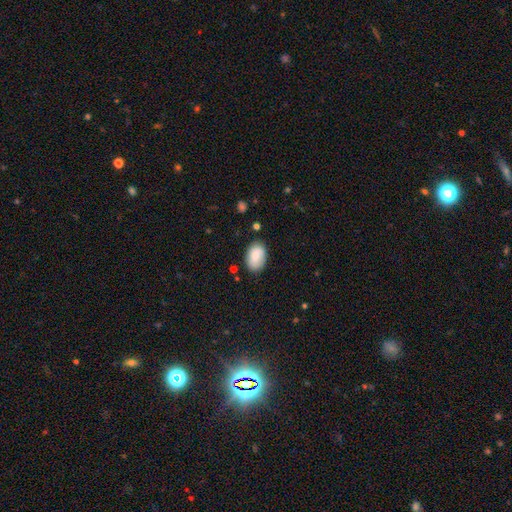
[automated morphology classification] Smooth or featured: smooth — 83% (featured or disk — 10%)
How rounded: in between — 89% (round — 10%)
Merging: none — 80% (minor disturbance — 15%)